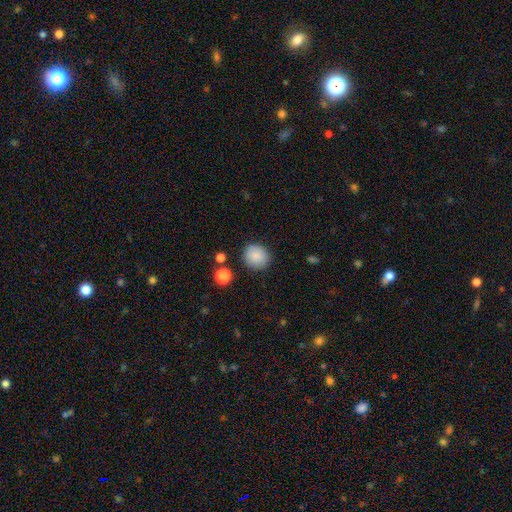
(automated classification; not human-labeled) A smooth galaxy with no disk features (88%) that is round (84%).

Vote fractions:
- Smooth or featured? smooth: 88% / star or artifact: 8% / featured or disk: 4%
- How rounded? round: 84% / in between: 15% / cigar-shaped: 1%
- Merging? none: 87% / minor disturbance: 8% / major disturbance: 2% / merger: 2%